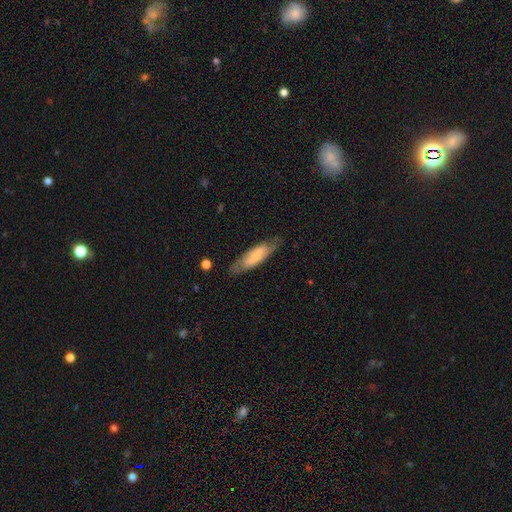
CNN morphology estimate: Smooth or featured? smooth (59%)
How rounded? cigar-shaped (52%)
Merging? none (76%)